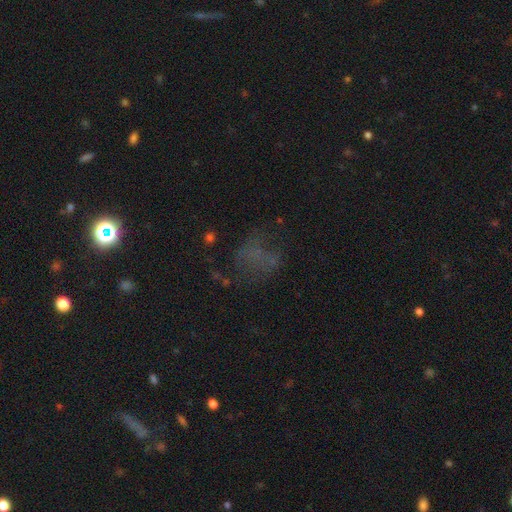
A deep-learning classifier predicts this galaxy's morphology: A star or artifact, not a galaxy (35%).

Vote fractions:
- Smooth or featured? star or artifact: 35% / featured or disk: 33% / smooth: 32%